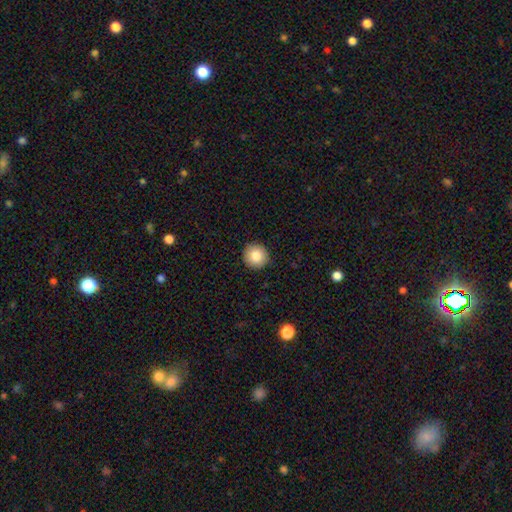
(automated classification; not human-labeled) Smooth or featured? Predicted: smooth (p=0.82). How rounded? Predicted: round (p=0.95). Merging? Predicted: none (p=0.92).